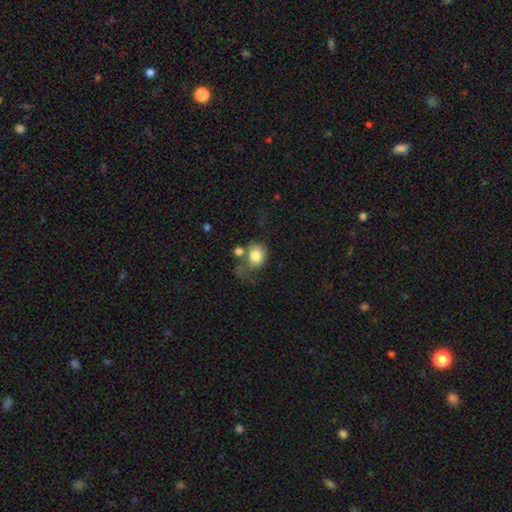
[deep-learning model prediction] smooth 77%, featured or disk 14%, star or artifact 9%. Down the decision tree: how rounded — round (64%); merging — none (28%).